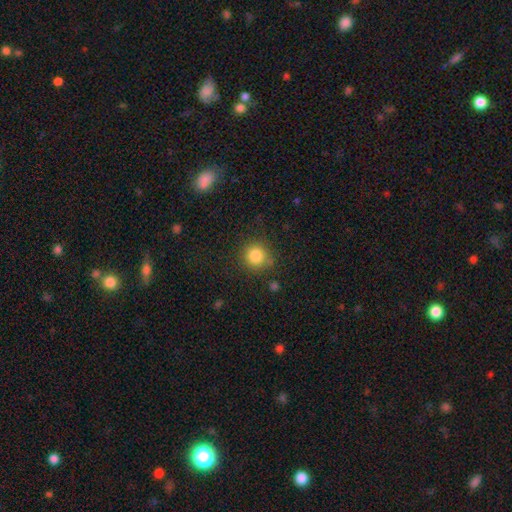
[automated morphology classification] type=smooth (84%); roundness=round (92%); merging=none (81%).